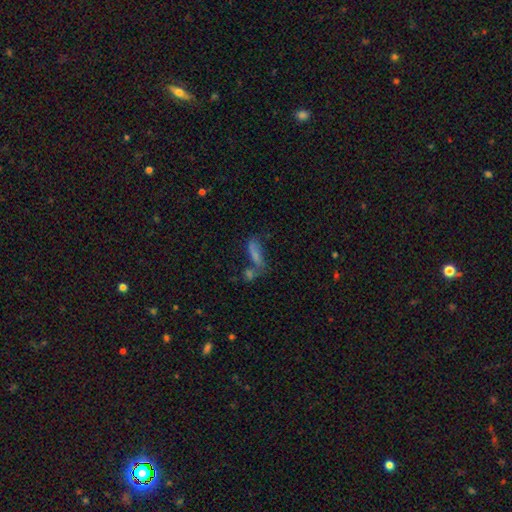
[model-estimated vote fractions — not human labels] A smooth galaxy with no disk features (64%) that is in between round and cigar-shaped (50%). Merging: merger (36%).